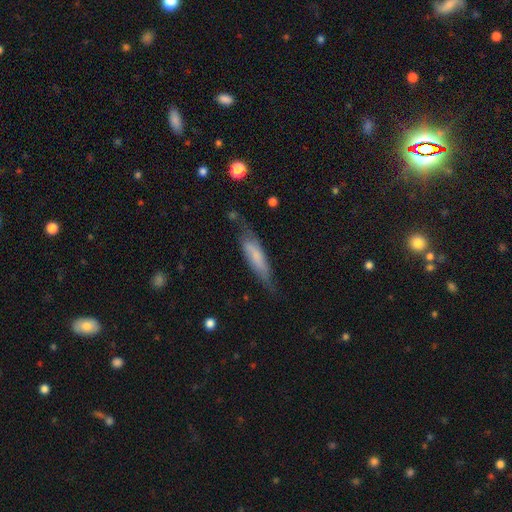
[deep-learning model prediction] Smooth or featured?
  - smooth: 56% *
  - featured or disk: 37%
  - star or artifact: 7%
How rounded?
  - cigar-shaped: 73% *
  - in between: 26%
  - round: 2%
Merging?
  - none: 59% *
  - minor disturbance: 28%
  - major disturbance: 10%
  - merger: 3%